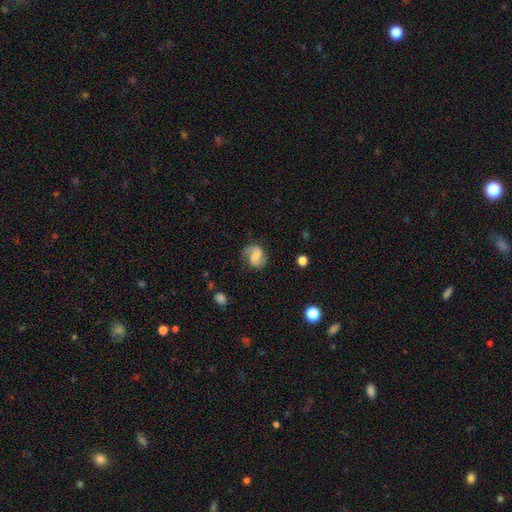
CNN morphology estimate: Q: Smooth or featured?
A: featured or disk (63%); runner-up: smooth (29%)
Q: Edge-on disk?
A: no (98%); runner-up: yes (2%)
Q: Bar?
A: weak (47%); runner-up: no (32%)
Q: Spiral arms?
A: yes (92%); runner-up: no (8%)
Q: Spiral winding?
A: medium (43%); runner-up: loose (39%)
Q: Spiral arm count?
A: 2 (87%); runner-up: can't tell (5%)
Q: Bulge size?
A: small (35%); runner-up: none (29%)
Q: Merging?
A: none (72%); runner-up: minor disturbance (18%)